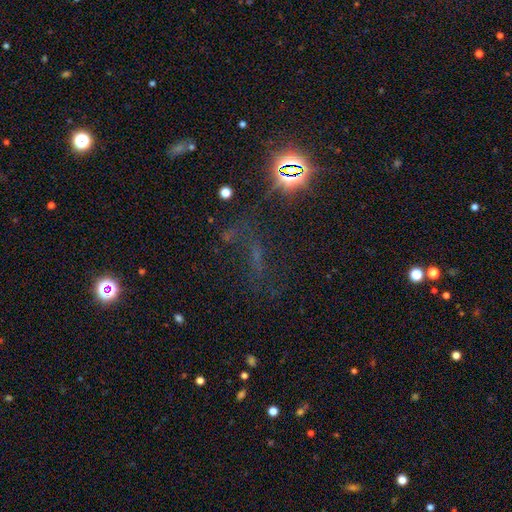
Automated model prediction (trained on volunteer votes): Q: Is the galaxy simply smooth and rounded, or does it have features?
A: star or artifact — 53%.